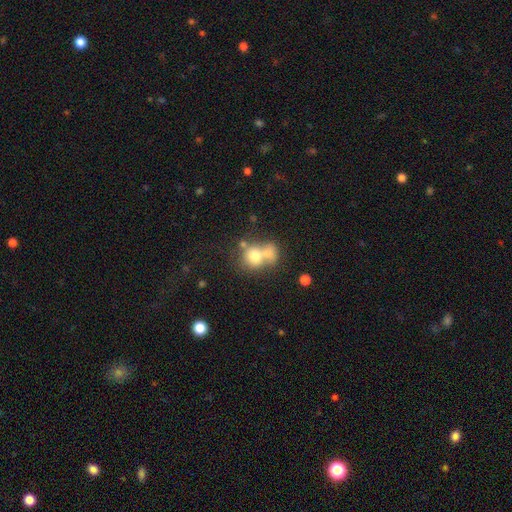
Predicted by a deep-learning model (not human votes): Smooth or featured?
  - smooth: 71% *
  - featured or disk: 19%
  - star or artifact: 10%
How rounded?
  - round: 65% *
  - in between: 34%
  - cigar-shaped: 1%
Merging?
  - merger: 61% *
  - none: 24%
  - minor disturbance: 9%
  - major disturbance: 6%